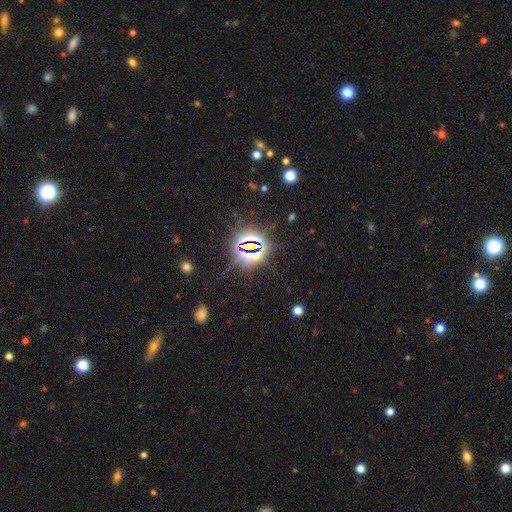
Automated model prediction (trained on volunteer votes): star or artifact 83%, smooth 10%, featured or disk 8%.